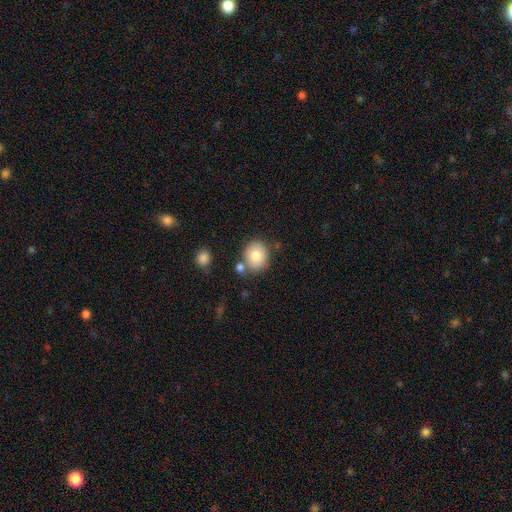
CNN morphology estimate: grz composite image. It shows a smooth galaxy with no disk features (79%) that is round (70%). Merging: none (73%).